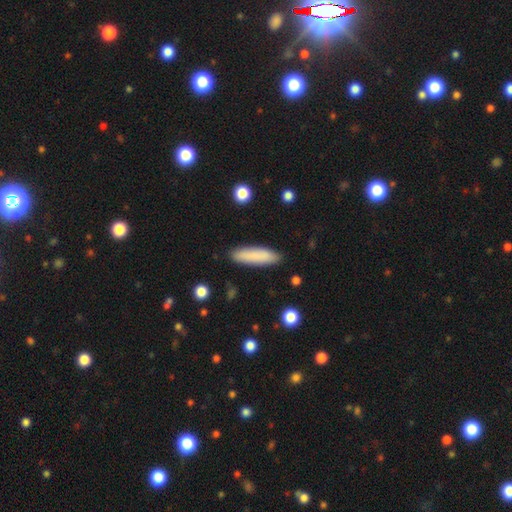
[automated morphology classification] A smooth galaxy with no disk features (85%) that is cigar-shaped (70%).

Vote fractions:
- Smooth or featured? smooth: 85% / featured or disk: 9% / star or artifact: 6%
- How rounded? cigar-shaped: 70% / in between: 28% / round: 1%
- Merging? none: 88% / minor disturbance: 9% / major disturbance: 2% / merger: 1%